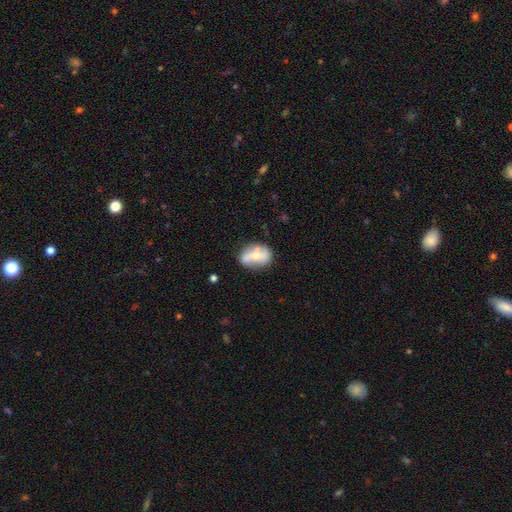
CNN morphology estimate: Smooth or featured?
  - featured or disk: 53% *
  - smooth: 40%
  - star or artifact: 7%
Edge-on disk?
  - no: 94% *
  - yes: 6%
Bar?
  - no: 58% *
  - weak: 25%
  - strong: 18%
Spiral arms?
  - yes: 53% *
  - no: 47%
Bulge size?
  - moderate: 53% *
  - small: 39%
  - large: 3%
  - none: 3%
  - dominant: 1%
Merging?
  - none: 59% *
  - minor disturbance: 20%
  - merger: 14%
  - major disturbance: 7%